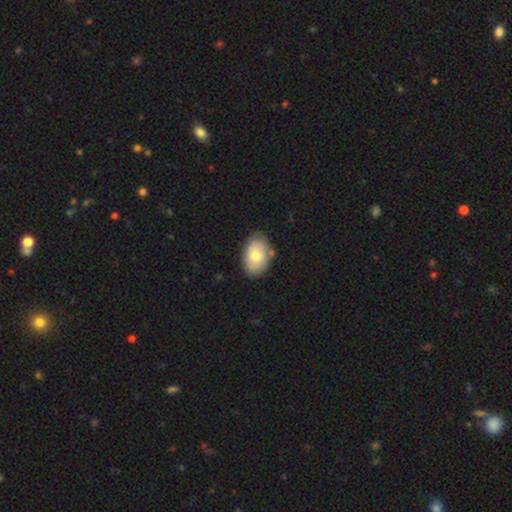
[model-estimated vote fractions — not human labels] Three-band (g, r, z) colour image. It shows a smooth galaxy with no disk features (72%) that is in between round and cigar-shaped (87%). Merging: none (79%).